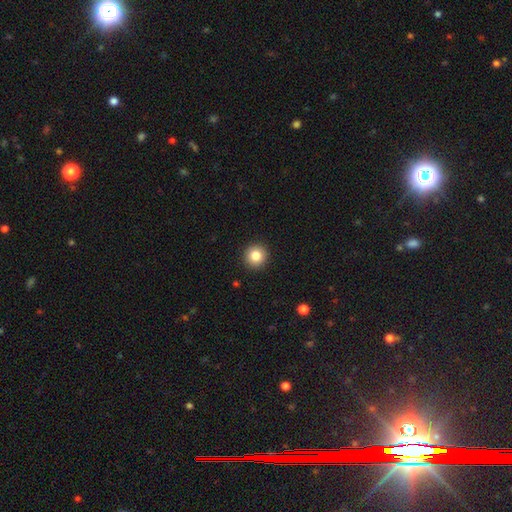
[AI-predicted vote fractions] This is clearly a smooth galaxy (84%). How rounded: clearly round (94%). Merging: clearly none (92%).